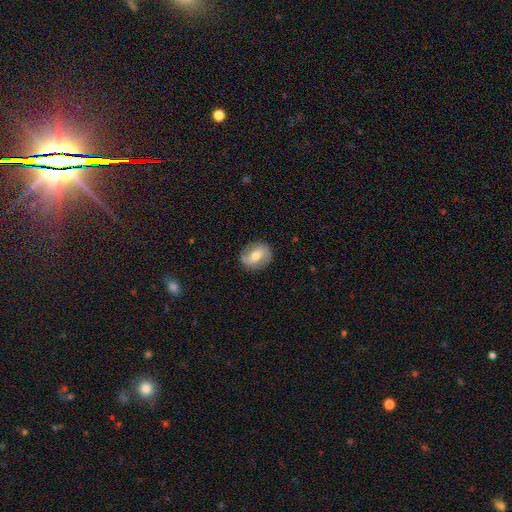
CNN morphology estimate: Smooth or featured? featured or disk (47%)
Merging? none (82%)